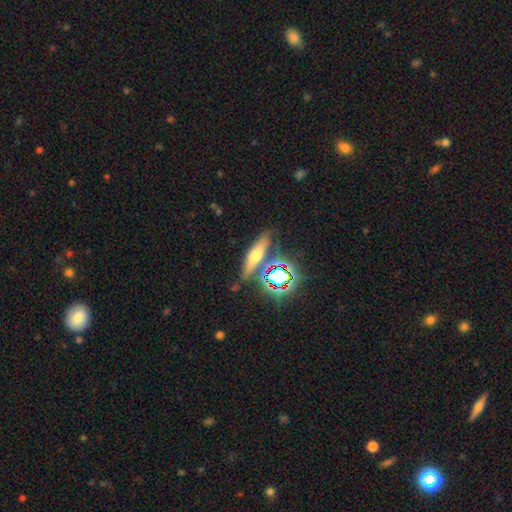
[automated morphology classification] smooth 41%, featured or disk 33%, star or artifact 26%. Down the decision tree: merging — none (75%).